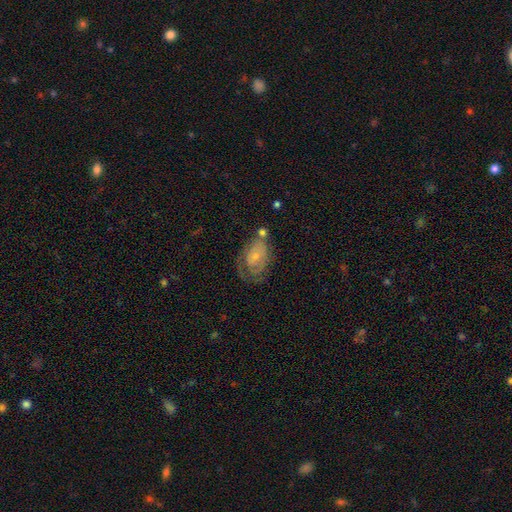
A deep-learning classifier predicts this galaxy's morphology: This appears to be a featured or disk galaxy (48%). Merging: none (37%).